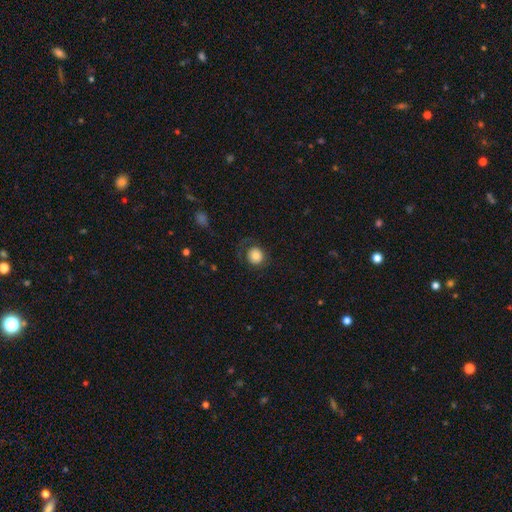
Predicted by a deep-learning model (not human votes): Overall: smooth (79%). How rounded: round (85%). Merging: none (69%).